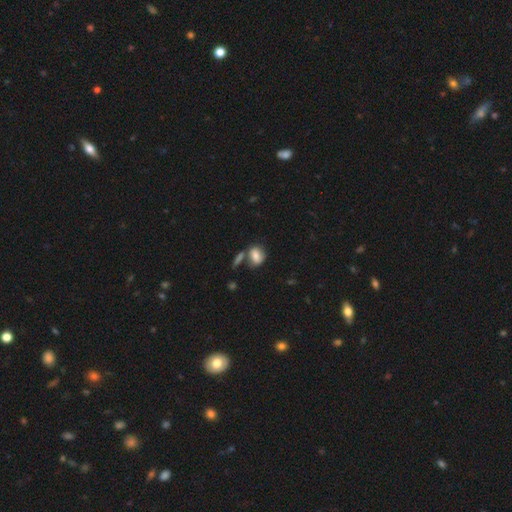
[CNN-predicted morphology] smooth-or-featured: smooth: 75% | featured or disk: 16% | star or artifact: 9%
  how-rounded: in between: 64% | round: 34% | cigar-shaped: 3%
  merging: none: 51% | merger: 24% | minor disturbance: 17% | major disturbance: 7%